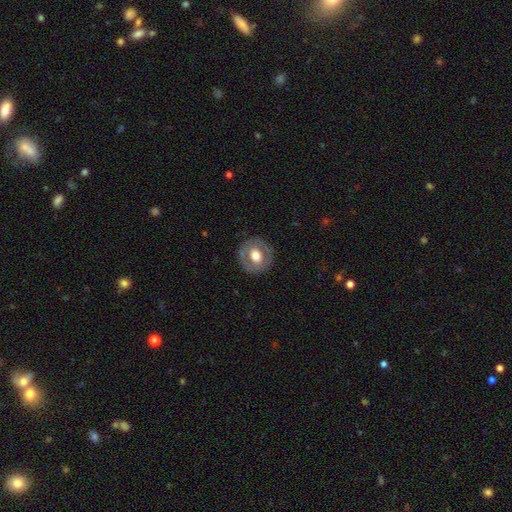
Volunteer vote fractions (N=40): smooth_or_featured: smooth (p=0.47) [alt: featured or disk p=0.45]
how_rounded: round (p=0.89) [alt: in between p=0.11]
merging: none (p=0.86) [alt: minor disturbance p=0.08]